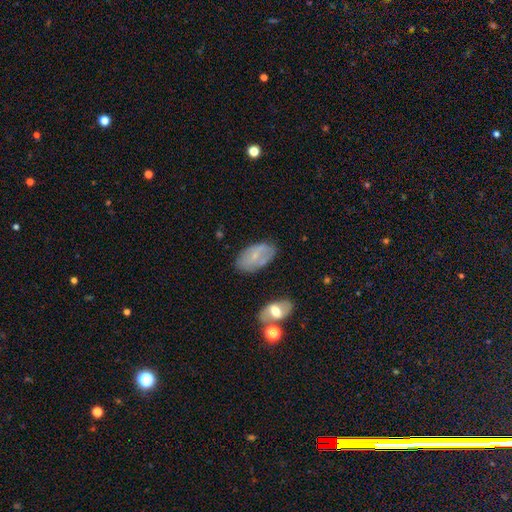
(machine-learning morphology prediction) Smooth or featured: smooth — 53% (featured or disk — 38%)
How rounded: in between — 93% (round — 5%)
Merging: none — 69% (minor disturbance — 20%)